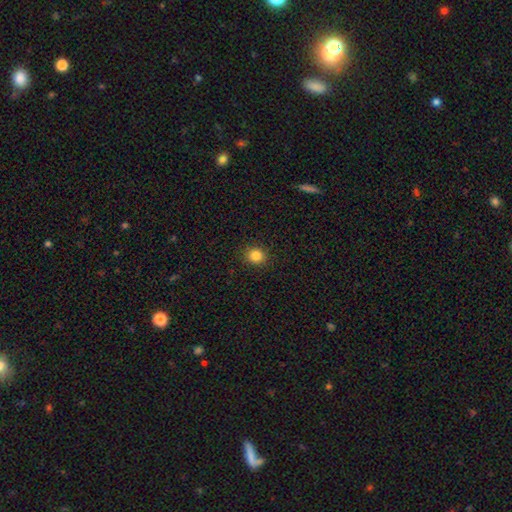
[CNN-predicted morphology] A smooth galaxy with no disk features (85%) that is round (83%).

Vote fractions:
- Smooth or featured? smooth: 85% / star or artifact: 11% / featured or disk: 4%
- How rounded? round: 83% / in between: 16% / cigar-shaped: 1%
- Merging? none: 91% / minor disturbance: 6% / major disturbance: 2% / merger: 1%